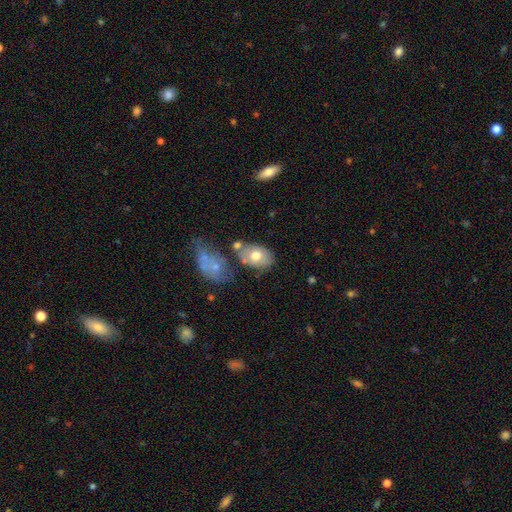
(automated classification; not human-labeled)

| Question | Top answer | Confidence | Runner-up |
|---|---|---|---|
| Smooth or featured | smooth | 66% | featured or disk (27%) |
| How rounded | in between | 84% | round (15%) |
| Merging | none | 52% | merger (20%) |